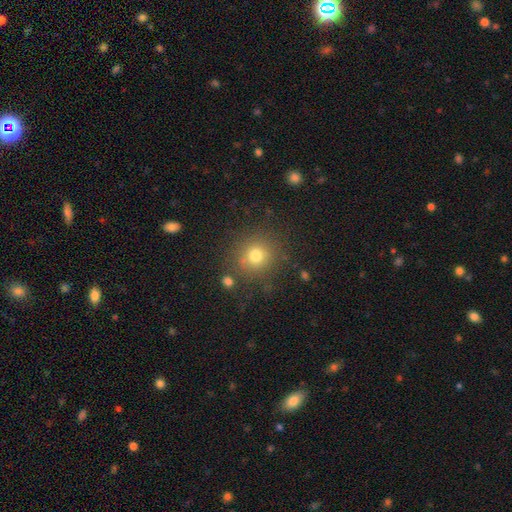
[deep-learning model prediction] Smooth or featured? Predicted: smooth (p=0.75). How rounded? Predicted: round (p=0.89). Merging? Predicted: none (p=0.82).